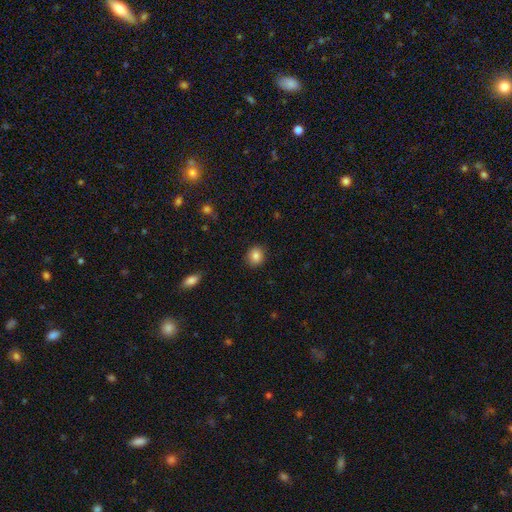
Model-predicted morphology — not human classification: smooth 85%, star or artifact 10%, featured or disk 6%. Down the decision tree: how rounded — round (75%); merging — none (89%).